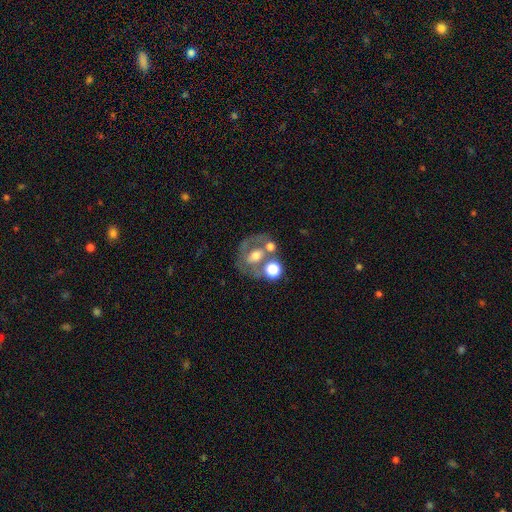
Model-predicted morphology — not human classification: smooth-or-featured: featured or disk: 49% | smooth: 39% | star or artifact: 13%
  merging: none: 43% | merger: 32% | minor disturbance: 14% | major disturbance: 11%